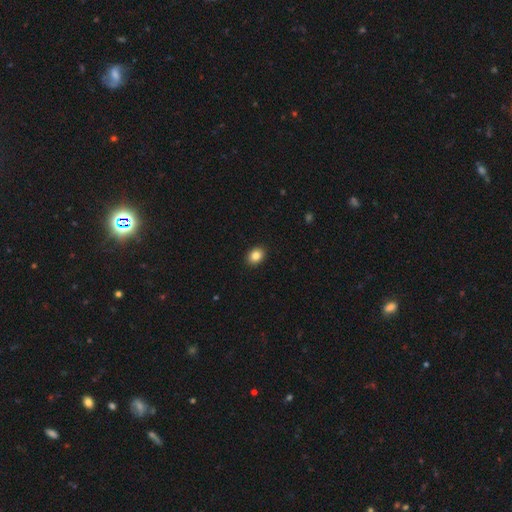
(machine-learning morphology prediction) Smooth or featured?
  - smooth: 85% *
  - star or artifact: 9%
  - featured or disk: 6%
How rounded?
  - in between: 61% *
  - round: 38%
  - cigar-shaped: 1%
Merging?
  - none: 91% *
  - minor disturbance: 6%
  - major disturbance: 2%
  - merger: 1%